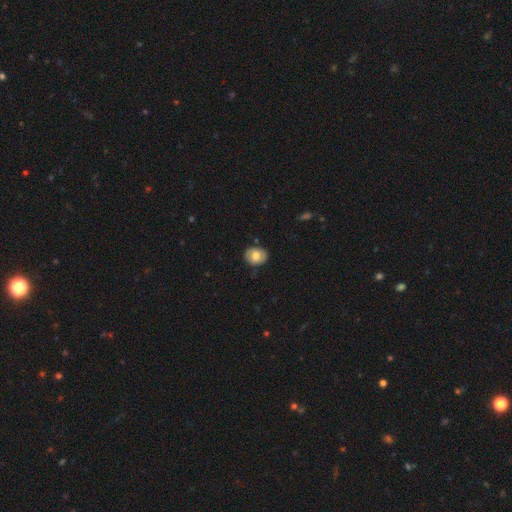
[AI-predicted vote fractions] This appears to be a smooth galaxy with no disk features (70%) that is round (57%). Merging: none (85%).